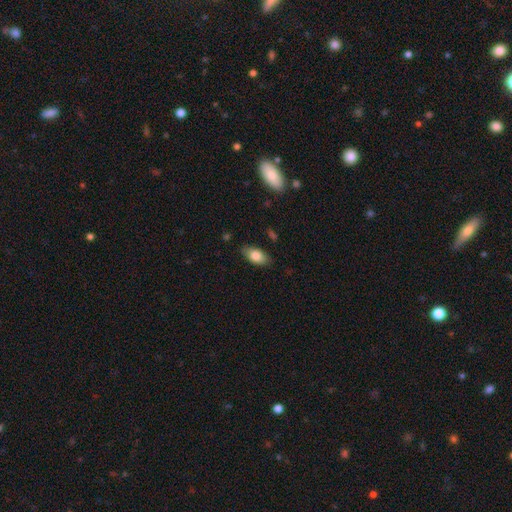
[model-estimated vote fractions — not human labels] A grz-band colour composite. It shows a smooth galaxy with no disk features (81%) that is in between round and cigar-shaped (91%). Merging: none (83%).